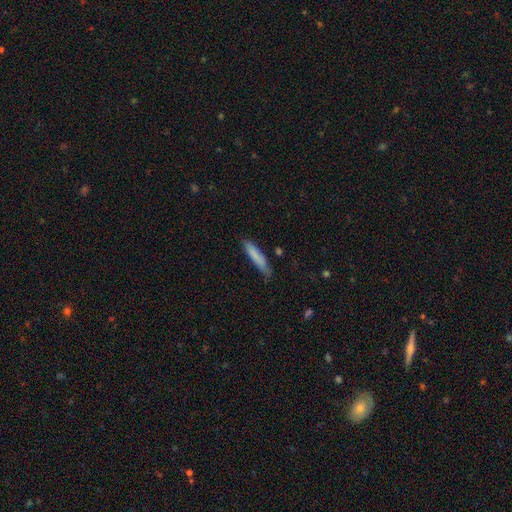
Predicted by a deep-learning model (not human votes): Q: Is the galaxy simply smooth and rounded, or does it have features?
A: smooth — 80%.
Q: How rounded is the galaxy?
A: cigar-shaped — 90%.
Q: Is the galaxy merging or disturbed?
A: none — 75%.